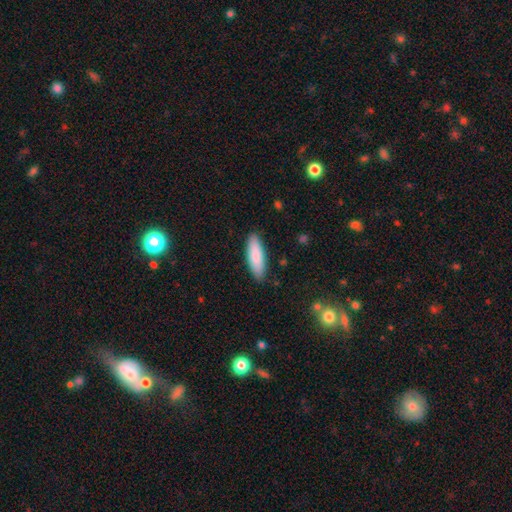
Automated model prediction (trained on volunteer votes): smooth_or_featured: smooth (p=0.86) [alt: featured or disk p=0.09]
how_rounded: in between (p=0.53) [alt: cigar-shaped p=0.46]
merging: none (p=0.87) [alt: minor disturbance p=0.10]